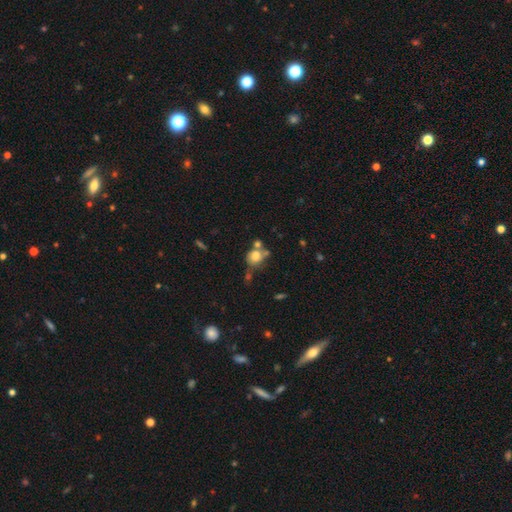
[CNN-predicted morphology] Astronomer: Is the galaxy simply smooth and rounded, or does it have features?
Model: smooth — 75%.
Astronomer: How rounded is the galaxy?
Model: round — 71%.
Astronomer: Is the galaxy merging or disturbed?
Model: none — 45% (runner-up: merger, 30%).